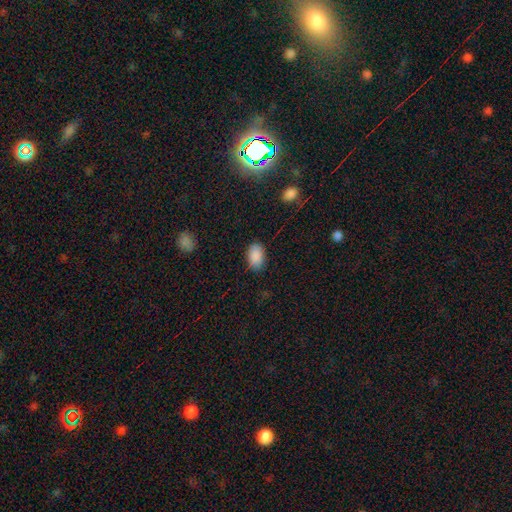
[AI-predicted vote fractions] smooth_or_featured: smooth (p=0.89) [alt: star or artifact p=0.07]
how_rounded: in between (p=0.92) [alt: round p=0.07]
merging: none (p=0.86) [alt: minor disturbance p=0.10]